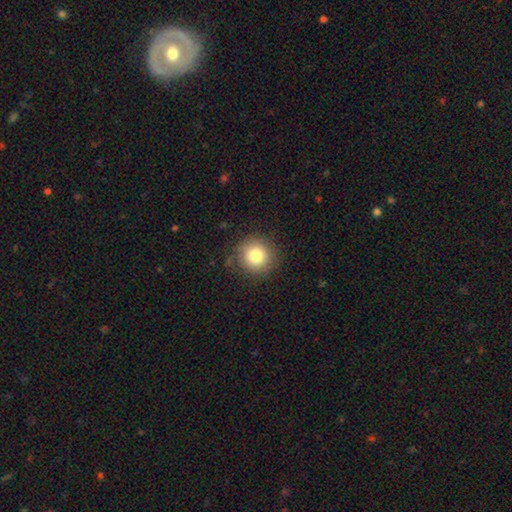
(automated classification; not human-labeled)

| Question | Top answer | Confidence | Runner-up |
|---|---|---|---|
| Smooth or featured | smooth | 81% | star or artifact (10%) |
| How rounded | round | 93% | in between (6%) |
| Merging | none | 83% | minor disturbance (12%) |